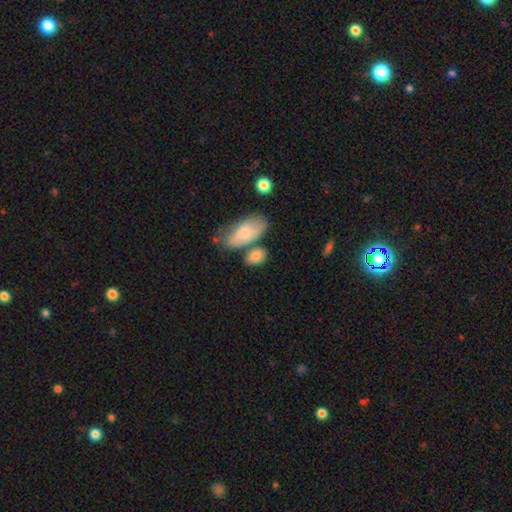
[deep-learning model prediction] Smooth or featured: smooth — 81% (featured or disk — 12%)
How rounded: in between — 82% (round — 14%)
Merging: none — 56% (merger — 22%)